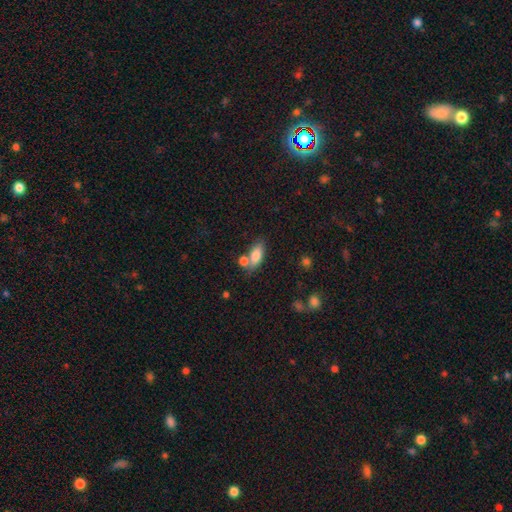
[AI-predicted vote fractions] Morphology: type=smooth (79%); roundness=in between (79%); merging=none (55%).